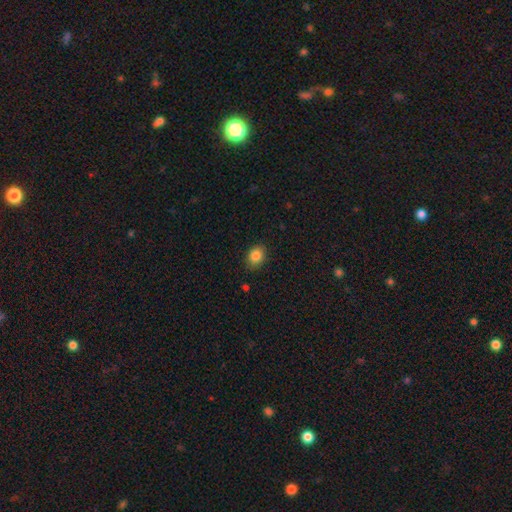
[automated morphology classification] Smooth or featured: smooth — 85% (star or artifact — 9%)
How rounded: in between — 63% (round — 36%)
Merging: none — 86% (minor disturbance — 10%)